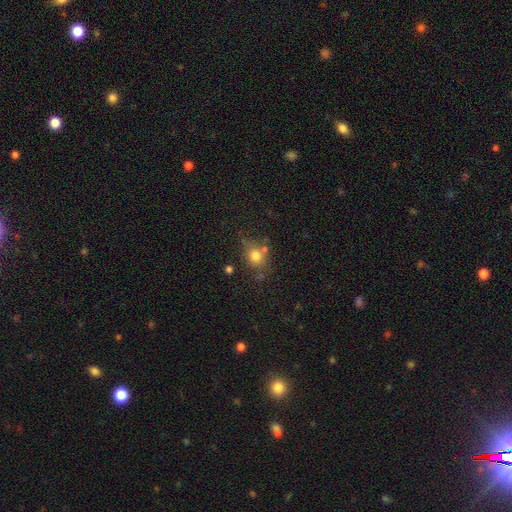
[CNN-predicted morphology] smooth 77%, star or artifact 13%, featured or disk 11%. Down the decision tree: how rounded — round (57%); merging — none (59%).